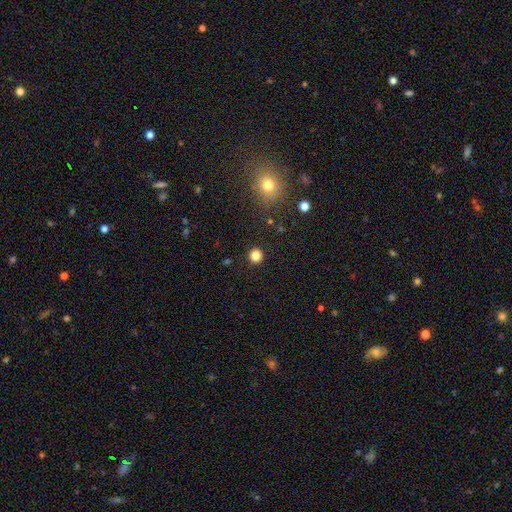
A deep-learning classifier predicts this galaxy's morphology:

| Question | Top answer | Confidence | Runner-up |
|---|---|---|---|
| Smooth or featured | smooth | 83% | star or artifact (13%) |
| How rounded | round | 92% | in between (7%) |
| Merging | none | 91% | minor disturbance (5%) |